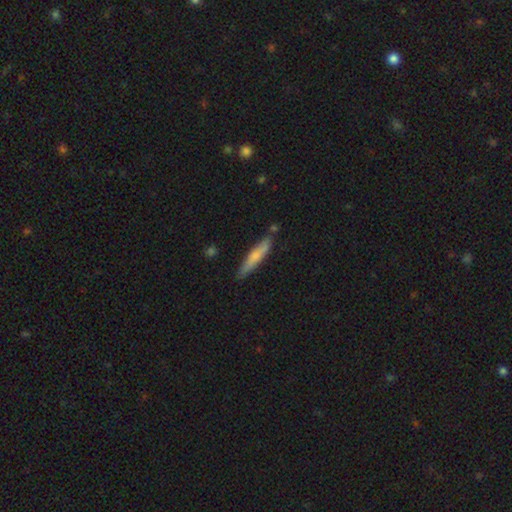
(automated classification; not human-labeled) smooth_or_featured: smooth (p=0.64) [alt: featured or disk p=0.31]
how_rounded: cigar-shaped (p=0.89) [alt: in between p=0.10]
merging: none (p=0.79) [alt: minor disturbance p=0.15]